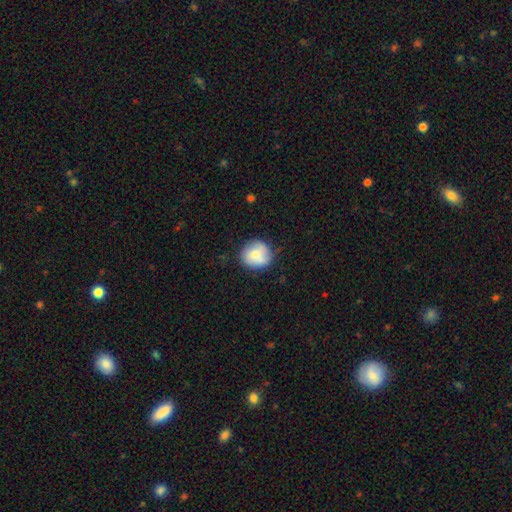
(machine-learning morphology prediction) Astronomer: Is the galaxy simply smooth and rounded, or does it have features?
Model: smooth — 68%.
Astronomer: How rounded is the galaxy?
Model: round — 86%.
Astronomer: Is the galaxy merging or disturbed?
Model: none — 70%.